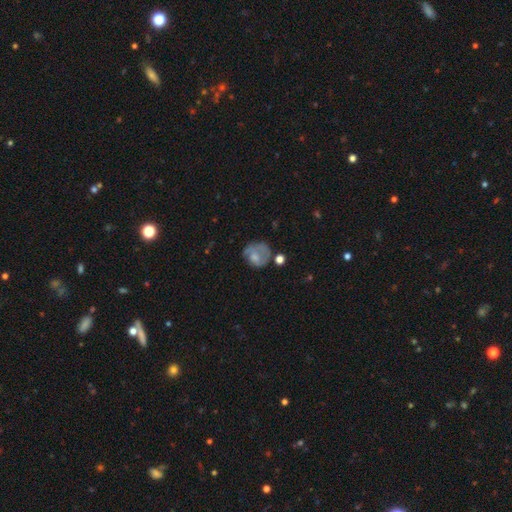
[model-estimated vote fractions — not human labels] This is possibly a smooth galaxy (54%). How rounded: likely round (66%). Merging: marginally none (39%).